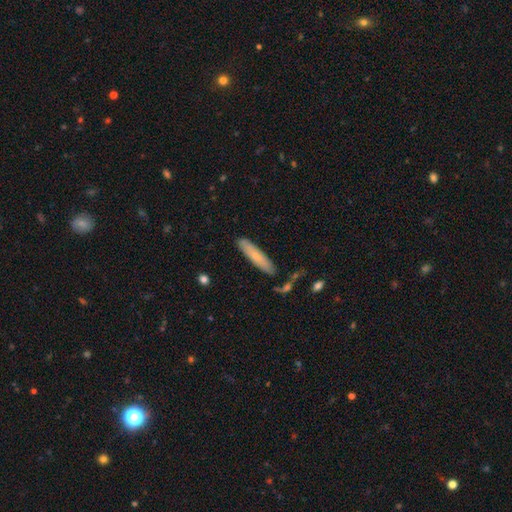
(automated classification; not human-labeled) The model was most divided on "smooth or featured": smooth: 66%, featured or disk: 28%, star or artifact: 6%. More confident: how rounded — cigar-shaped (85%); merging — none (81%).